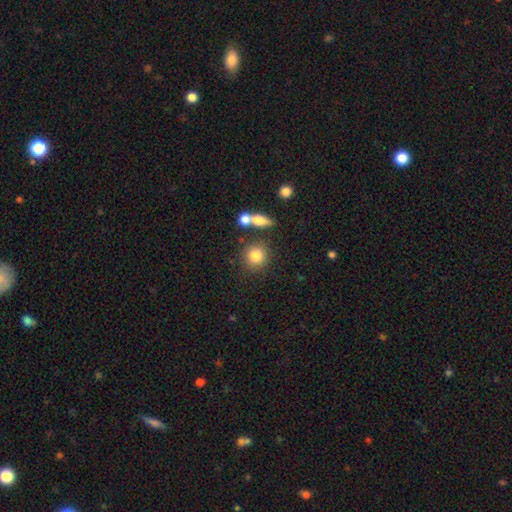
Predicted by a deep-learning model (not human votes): smooth_or_featured: smooth (p=0.82) [alt: star or artifact p=0.09]
how_rounded: round (p=0.87) [alt: in between p=0.11]
merging: none (p=0.73) [alt: merger p=0.13]